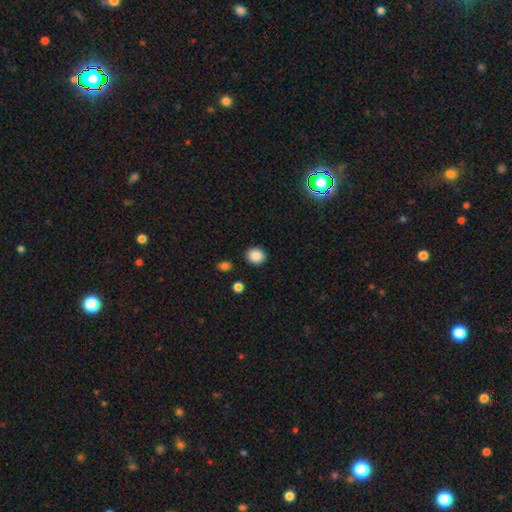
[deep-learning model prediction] Smooth or featured? smooth (87%)
How rounded? round (80%)
Merging? none (89%)